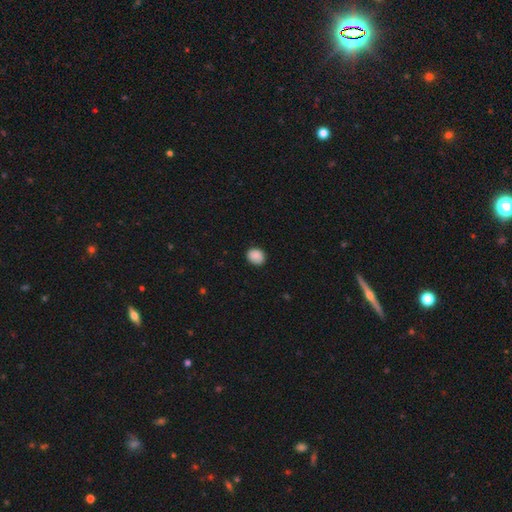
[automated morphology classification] A smooth galaxy with no disk features (89%) that is round (59%).

Vote fractions:
- Smooth or featured? smooth: 89% / star or artifact: 8% / featured or disk: 3%
- How rounded? round: 59% / in between: 40% / cigar-shaped: 1%
- Merging? none: 87% / minor disturbance: 10% / major disturbance: 2% / merger: 1%